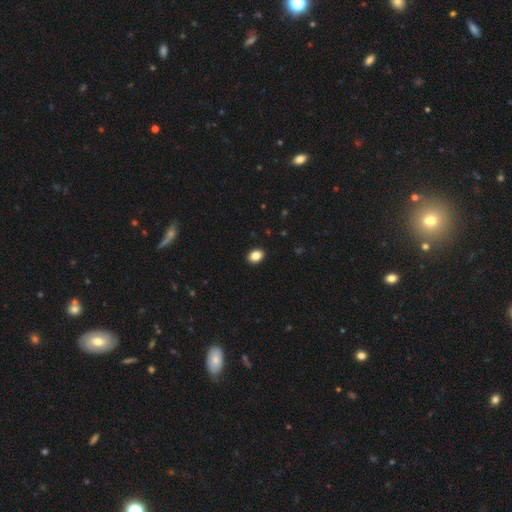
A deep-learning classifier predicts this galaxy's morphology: Smooth or featured? smooth (86%)
How rounded? in between (74%)
Merging? none (91%)